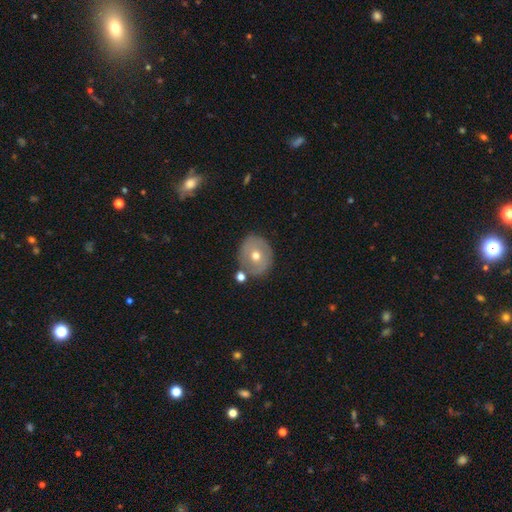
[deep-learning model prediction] Morphology: type=smooth (50%); roundness=round (73%); merging=none (76%).